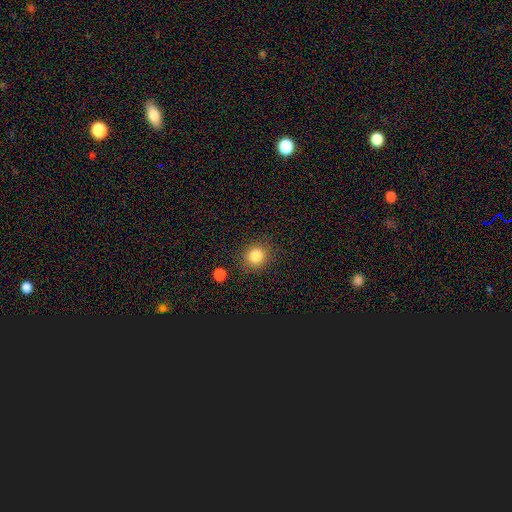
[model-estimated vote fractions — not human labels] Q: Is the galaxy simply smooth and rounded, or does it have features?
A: smooth — 84%.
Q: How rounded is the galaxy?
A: round — 86%.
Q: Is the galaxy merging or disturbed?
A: none — 85%.